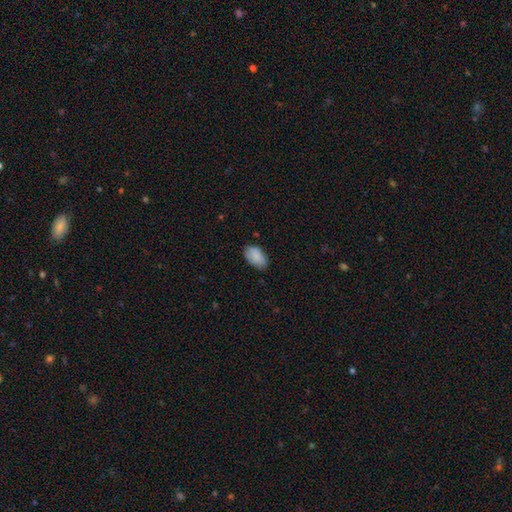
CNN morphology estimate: type=smooth (87%); roundness=in between (93%); merging=none (73%).